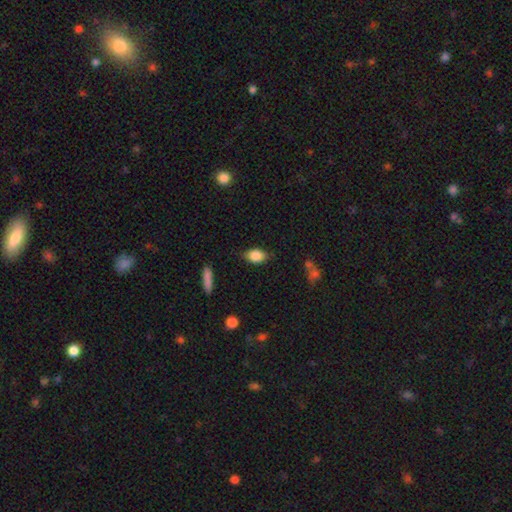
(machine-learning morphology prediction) smooth_or_featured: smooth (p=0.85) [alt: star or artifact p=0.08]
how_rounded: in between (p=0.83) [alt: round p=0.14]
merging: none (p=0.78) [alt: minor disturbance p=0.17]